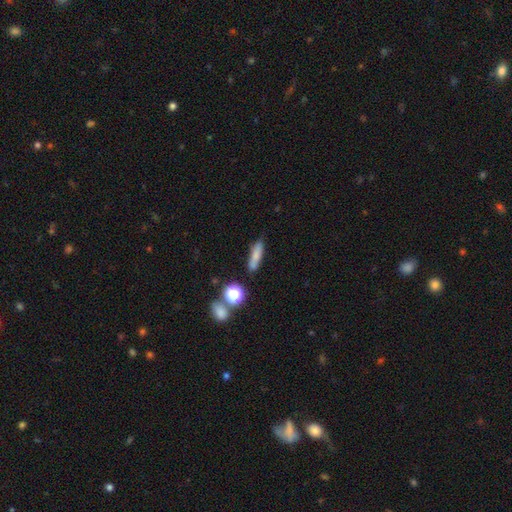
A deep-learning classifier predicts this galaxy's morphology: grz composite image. It shows a smooth galaxy with no disk features (73%) that is cigar-shaped (64%). Merging: none (76%).